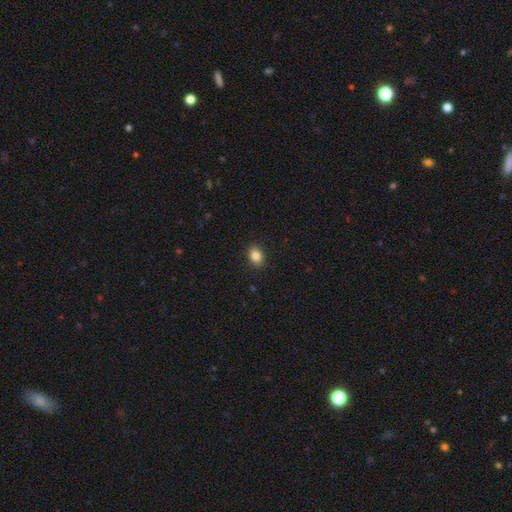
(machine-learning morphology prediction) The model was most divided on "how rounded": in between: 70%, round: 29%, cigar-shaped: 1%. More confident: merging — none (90%); smooth or featured — smooth (84%).